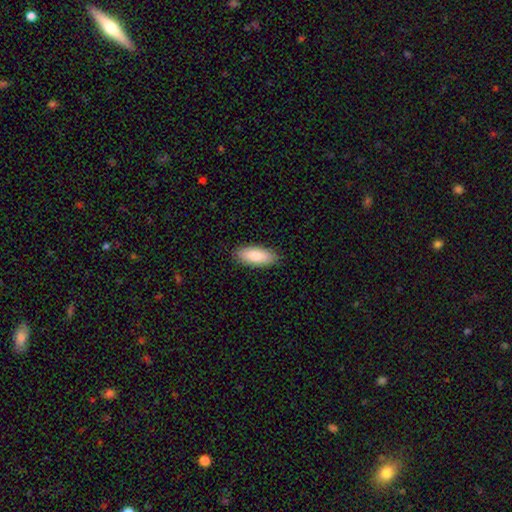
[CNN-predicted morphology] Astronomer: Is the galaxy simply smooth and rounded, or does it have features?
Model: smooth — 86%.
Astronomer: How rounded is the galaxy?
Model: in between — 80%.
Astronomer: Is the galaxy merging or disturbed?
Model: none — 88%.